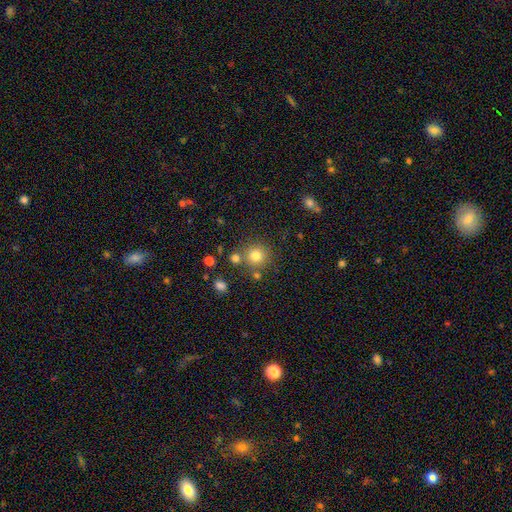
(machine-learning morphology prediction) smooth 78%, star or artifact 14%, featured or disk 8%. Down the decision tree: how rounded — round (92%); merging — none (75%).